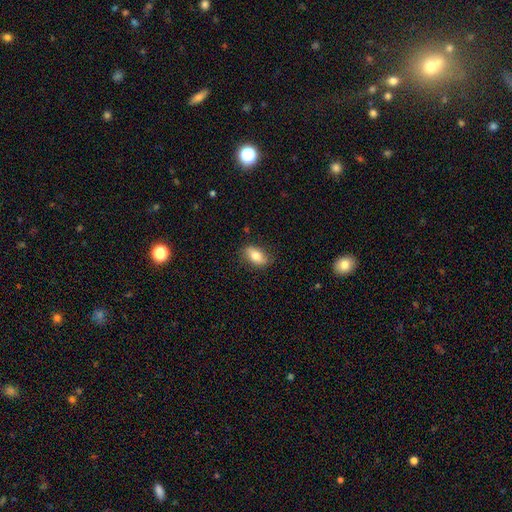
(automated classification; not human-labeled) Overall: smooth (74%). How rounded: in between (86%). Merging: none (82%).